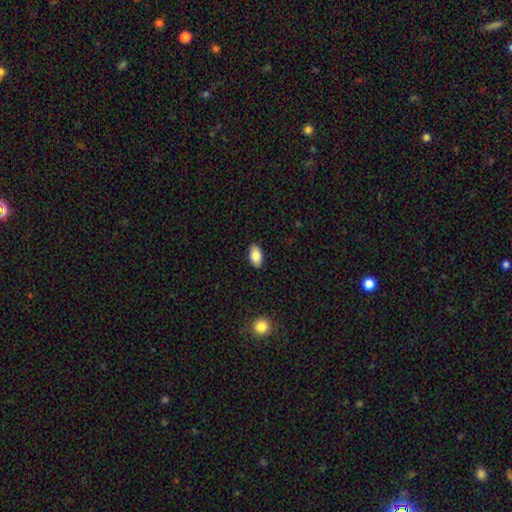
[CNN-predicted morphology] Q: Smooth or featured?
A: smooth (86%); runner-up: featured or disk (7%)
Q: How rounded?
A: in between (93%); runner-up: round (5%)
Q: Merging?
A: none (89%); runner-up: minor disturbance (8%)